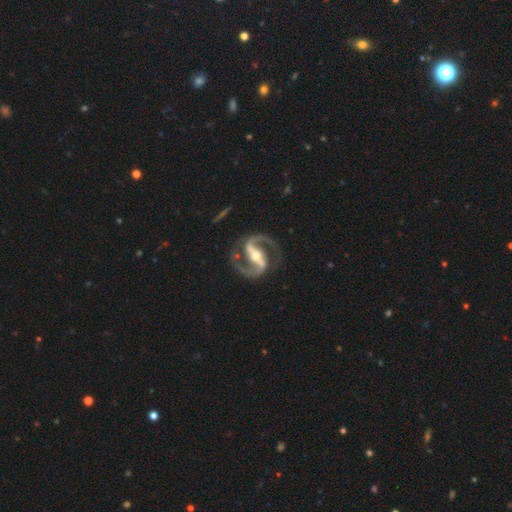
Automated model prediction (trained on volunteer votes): Q: Smooth or featured?
A: featured or disk (94%); runner-up: star or artifact (4%)
Q: Edge-on disk?
A: no (97%); runner-up: yes (3%)
Q: Bar?
A: strong (74%); runner-up: weak (18%)
Q: Spiral arms?
A: yes (98%); runner-up: no (2%)
Q: Spiral winding?
A: medium (64%); runner-up: tight (21%)
Q: Spiral arm count?
A: 2 (95%); runner-up: can't tell (1%)
Q: Bulge size?
A: moderate (64%); runner-up: small (27%)
Q: Merging?
A: none (84%); runner-up: minor disturbance (10%)